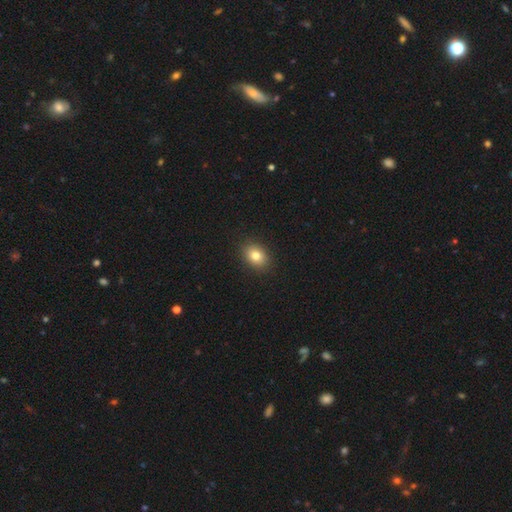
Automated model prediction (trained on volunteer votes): smooth-or-featured: smooth: 81% | star or artifact: 10% | featured or disk: 8%
  how-rounded: in between: 64% | round: 35% | cigar-shaped: 1%
  merging: none: 90% | minor disturbance: 7% | major disturbance: 2% | merger: 1%